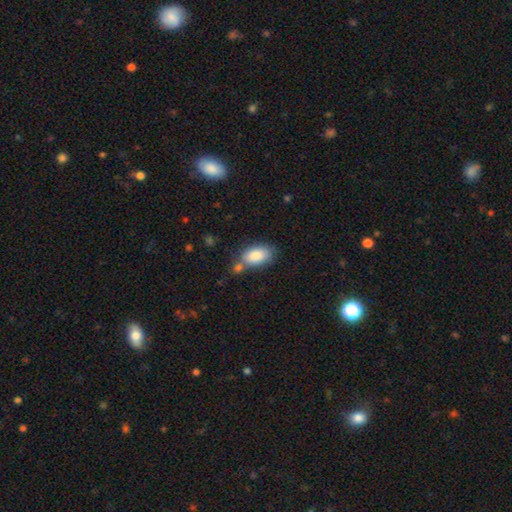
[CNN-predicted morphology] The model was most divided on "merging": none: 55%, merger: 20%, minor disturbance: 19%, major disturbance: 6%. More confident: how rounded — in between (93%); smooth or featured — smooth (86%).